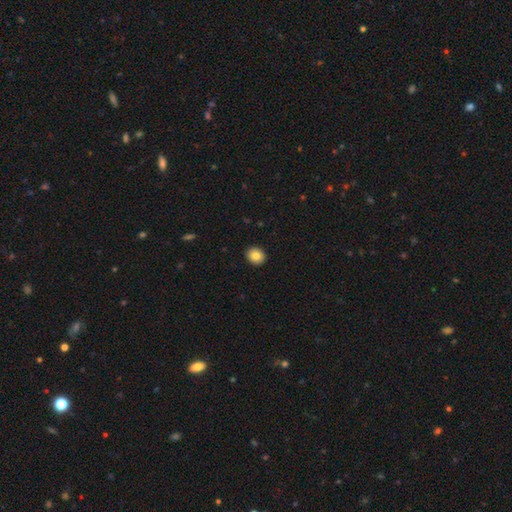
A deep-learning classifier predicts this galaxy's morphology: smooth 83%, star or artifact 9%, featured or disk 8%. Down the decision tree: how rounded — round (74%); merging — none (92%).